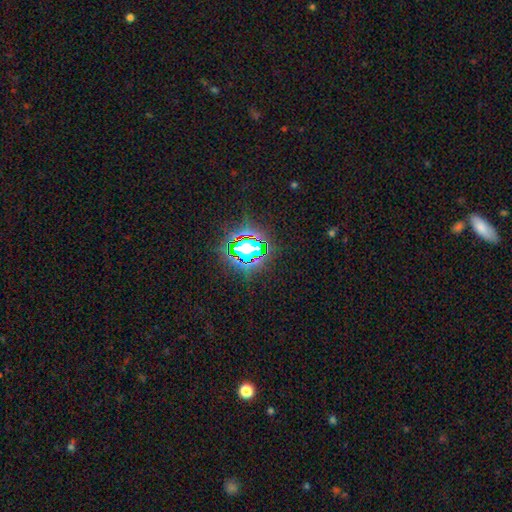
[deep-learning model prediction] Q: Smooth or featured?
A: star or artifact (79%); runner-up: smooth (13%)